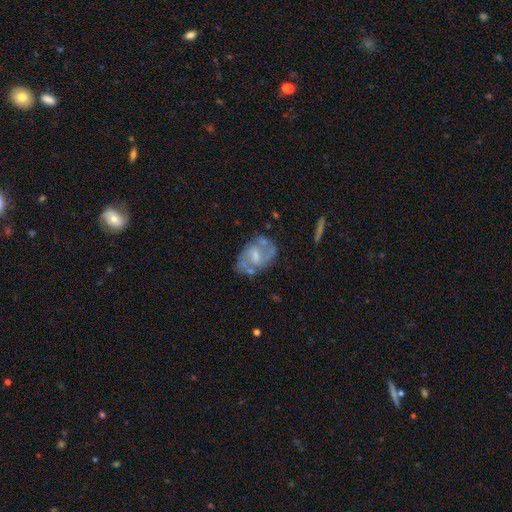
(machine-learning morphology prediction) Smooth or featured?
  - featured or disk: 78% *
  - smooth: 16%
  - star or artifact: 6%
Edge-on disk?
  - no: 97% *
  - yes: 3%
Bar?
  - weak: 55% *
  - no: 24%
  - strong: 20%
Spiral arms?
  - yes: 87% *
  - no: 13%
Spiral winding?
  - medium: 54% *
  - loose: 26%
  - tight: 20%
Spiral arm count?
  - 2: 84% *
  - can't tell: 9%
  - 3: 3%
  - 1: 2%
  - 4: 1%
  - more than 4: 1%
Bulge size?
  - small: 41% *
  - moderate: 40%
  - none: 14%
  - large: 4%
  - dominant: 1%
Merging?
  - none: 64% *
  - minor disturbance: 21%
  - major disturbance: 9%
  - merger: 6%